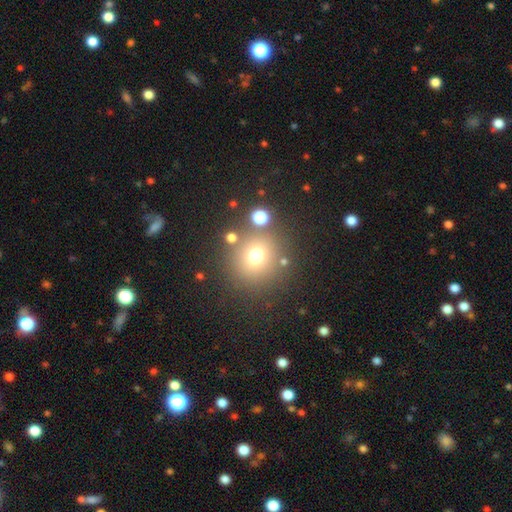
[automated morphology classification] A smooth galaxy with no disk features (69%) that is round (91%). Merging: none (79%).